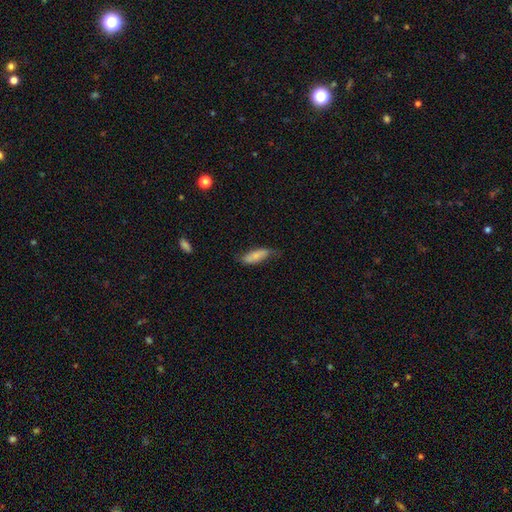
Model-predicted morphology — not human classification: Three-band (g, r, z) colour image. It shows a smooth galaxy with no disk features (75%) that is in between round and cigar-shaped (59%). Merging: none (60%).